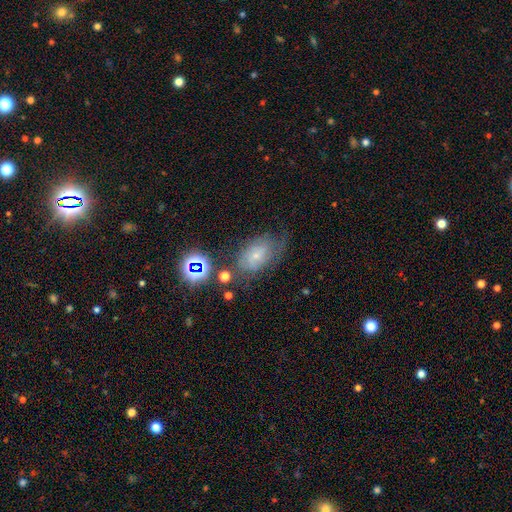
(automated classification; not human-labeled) featured or disk 50%, smooth 31%, star or artifact 19%. Down the decision tree: merging — none (53%).